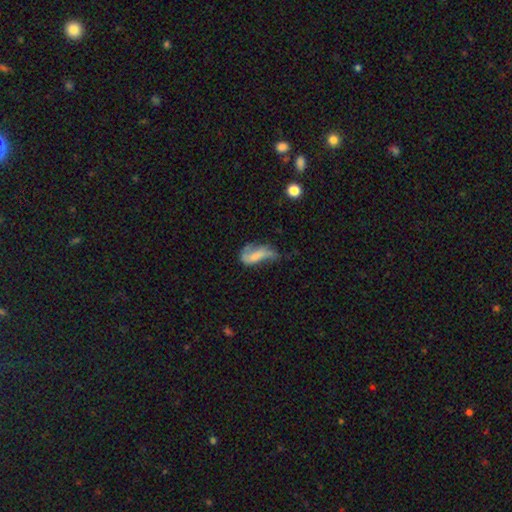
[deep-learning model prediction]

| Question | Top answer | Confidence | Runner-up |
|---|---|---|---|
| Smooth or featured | smooth | 50% | featured or disk (40%) |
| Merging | major disturbance | 40% | minor disturbance (27%) |